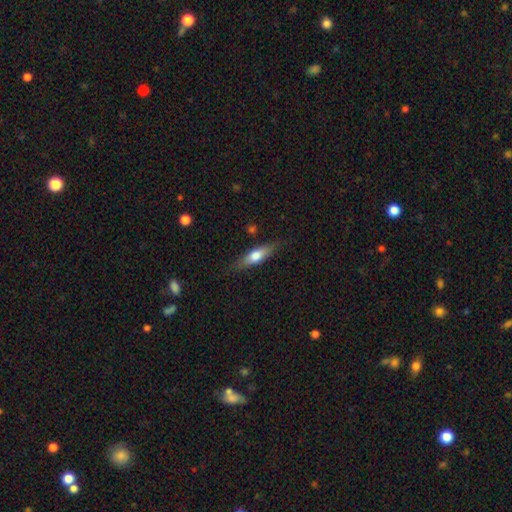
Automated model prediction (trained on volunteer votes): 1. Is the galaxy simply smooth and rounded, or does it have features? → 56% smooth, 37% featured or disk, 6% star or artifact.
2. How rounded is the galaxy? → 59% cigar-shaped, 38% in between, 3% round.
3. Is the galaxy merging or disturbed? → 81% none, 14% minor disturbance, 3% major disturbance, 2% merger.